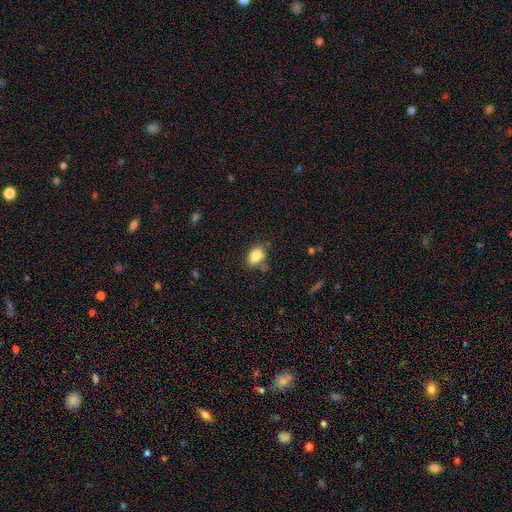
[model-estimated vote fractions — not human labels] This appears to be a smooth galaxy with no disk features (84%) that is in between round and cigar-shaped (83%). Merging: none (65%).